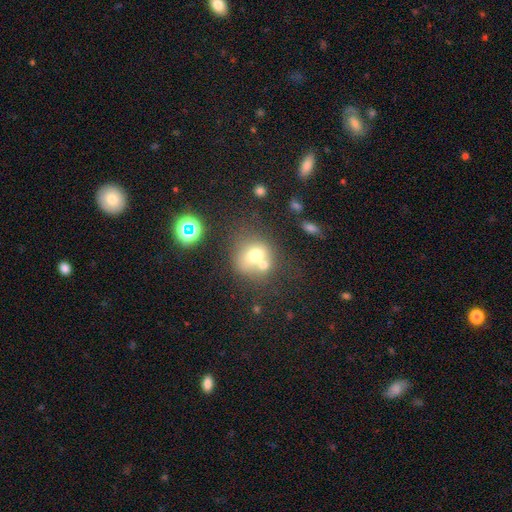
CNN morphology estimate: Smooth or featured?
  - smooth: 65% *
  - featured or disk: 21%
  - star or artifact: 15%
How rounded?
  - round: 75% *
  - in between: 24%
  - cigar-shaped: 1%
Merging?
  - merger: 45% *
  - none: 39%
  - minor disturbance: 10%
  - major disturbance: 6%